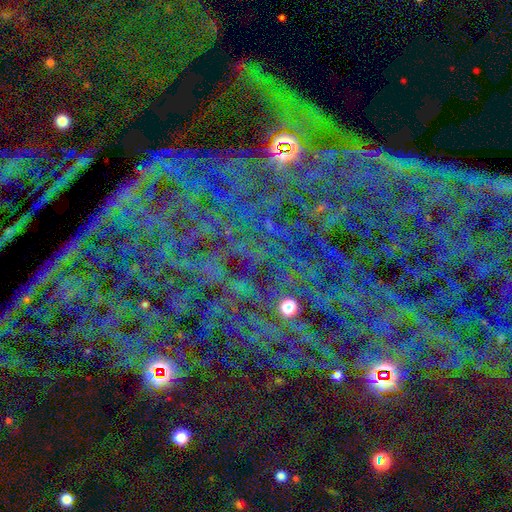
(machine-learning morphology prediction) The model was most divided on "smooth or featured": star or artifact: 82%, featured or disk: 10%, smooth: 8%.